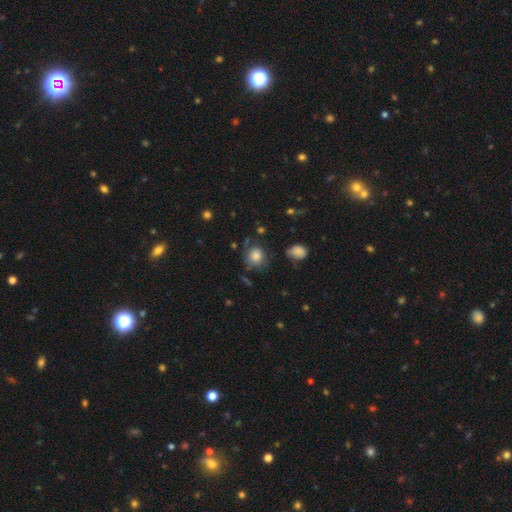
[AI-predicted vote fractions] Overall: smooth (75%). How rounded: round (81%). Merging: none (62%; minor disturbance 23%).